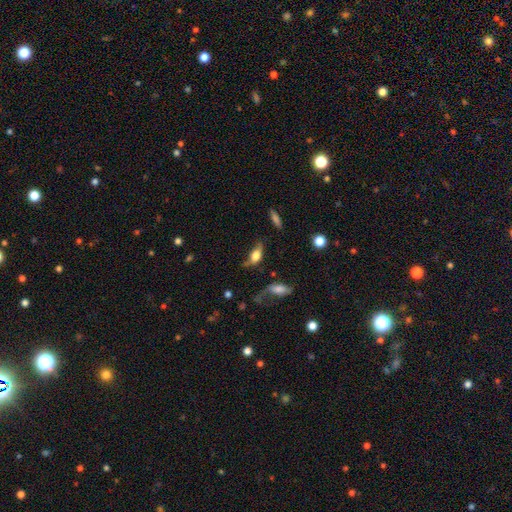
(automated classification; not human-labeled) Smooth or featured: smooth — 68% (featured or disk — 23%)
How rounded: in between — 81% (cigar-shaped — 11%)
Merging: none — 37% (minor disturbance — 30%)